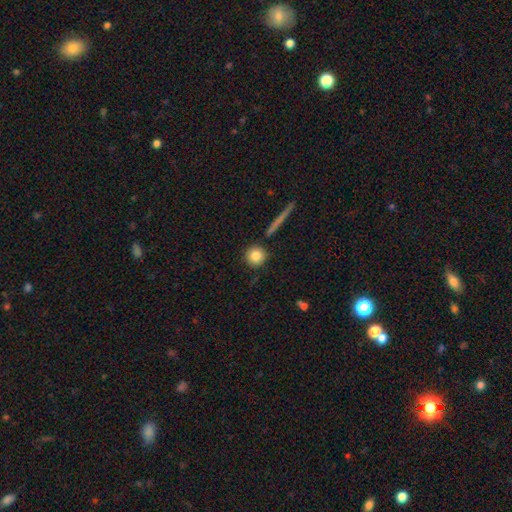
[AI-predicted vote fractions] Smooth or featured? smooth (83%)
How rounded? round (93%)
Merging? none (86%)